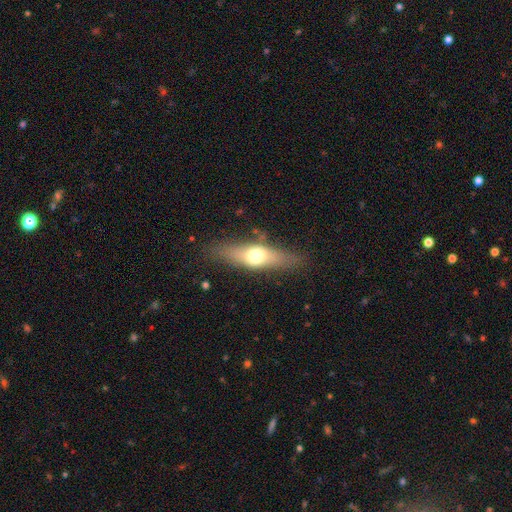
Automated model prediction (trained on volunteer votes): Morphology: type=smooth (52%); roundness=cigar-shaped (51%); merging=none (80%).